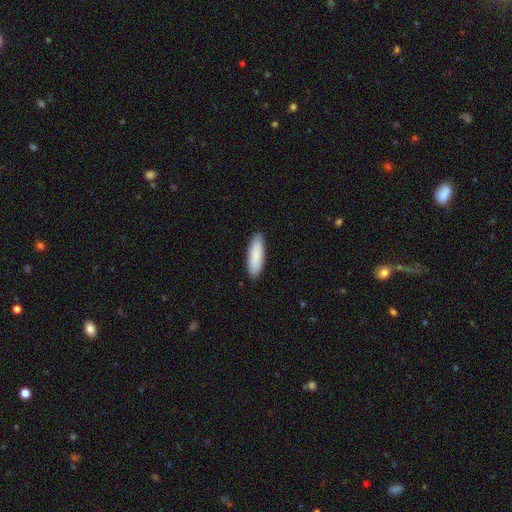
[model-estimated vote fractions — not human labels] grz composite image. It shows a smooth galaxy with no disk features (89%) that is in between round and cigar-shaped (52%). Merging: none (90%).